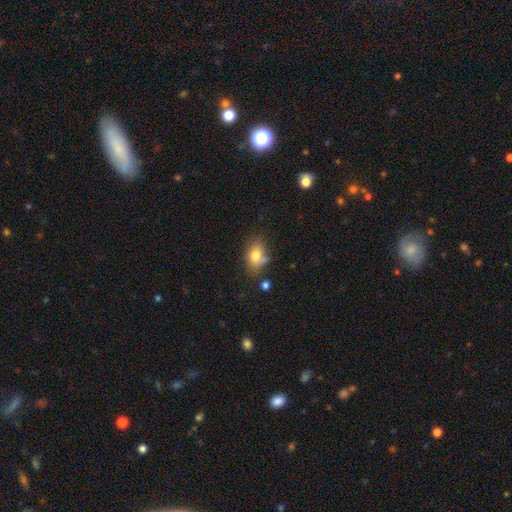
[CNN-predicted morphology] Overall: smooth (77%). How rounded: in between (78%). Merging: none (57%; minor disturbance 26%).